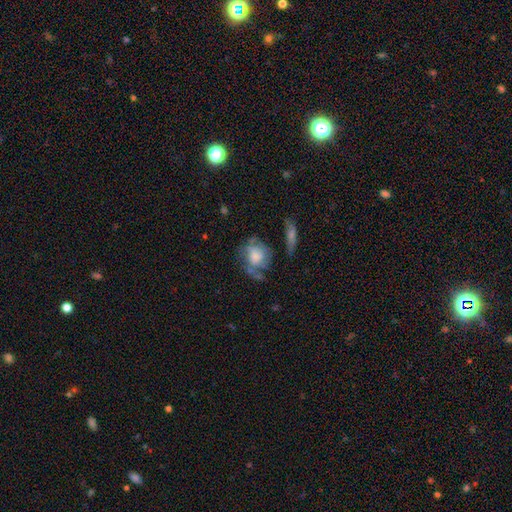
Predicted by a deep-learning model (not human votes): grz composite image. It shows a smooth galaxy with no disk features (51%) that is round (67%). Merging: none (44%).